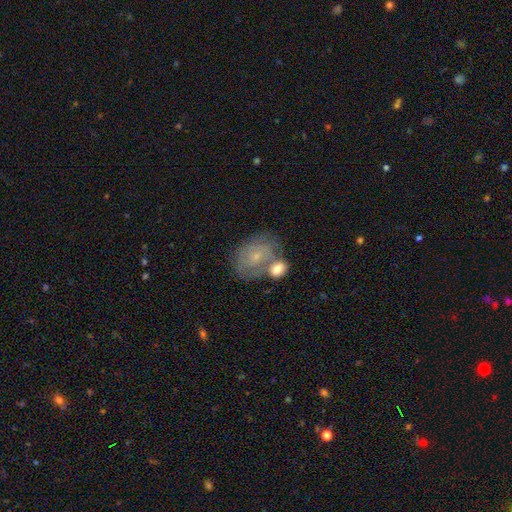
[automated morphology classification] Overall: featured or disk (51%; smooth 41%). Edge-on disk: no (96%). Merging: none (39%; merger 37%).